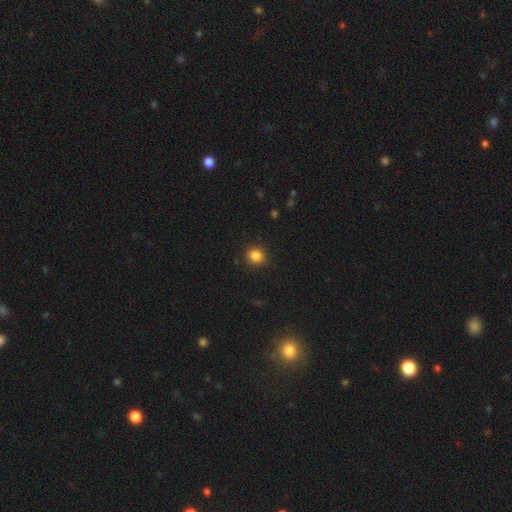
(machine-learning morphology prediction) smooth-or-featured: smooth: 84% | star or artifact: 12% | featured or disk: 4%
  how-rounded: round: 87% | in between: 12% | cigar-shaped: 1%
  merging: none: 91% | minor disturbance: 6% | major disturbance: 2% | merger: 1%